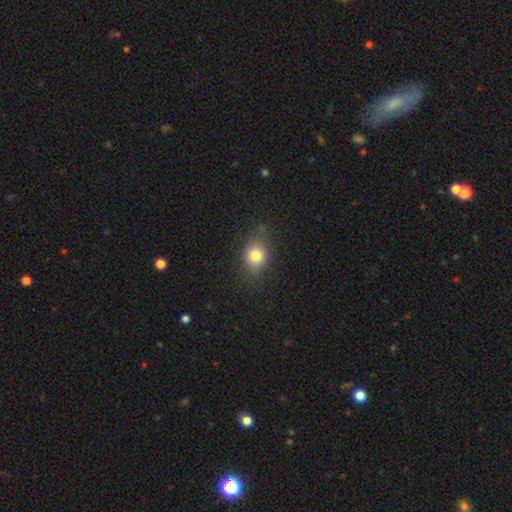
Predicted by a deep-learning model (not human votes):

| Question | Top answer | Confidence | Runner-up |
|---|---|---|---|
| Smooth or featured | smooth | 78% | star or artifact (11%) |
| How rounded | in between | 58% | round (40%) |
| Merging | none | 75% | minor disturbance (18%) |